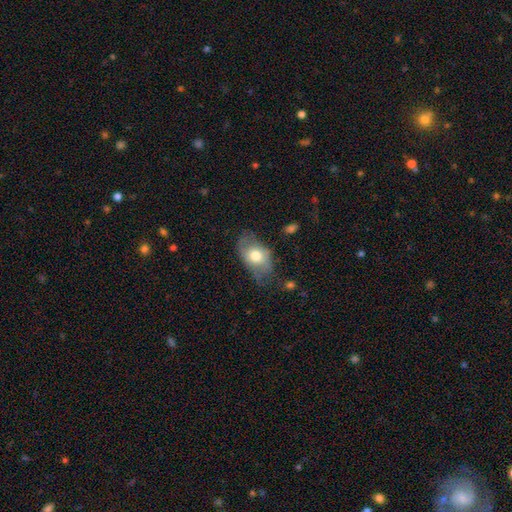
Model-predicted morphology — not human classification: A smooth galaxy with no disk features (62%) that is in between round and cigar-shaped (89%).

Vote fractions:
- Smooth or featured? smooth: 62% / featured or disk: 31% / star or artifact: 7%
- How rounded? in between: 89% / round: 10% / cigar-shaped: 2%
- Merging? none: 56% / minor disturbance: 30% / major disturbance: 12% / merger: 2%